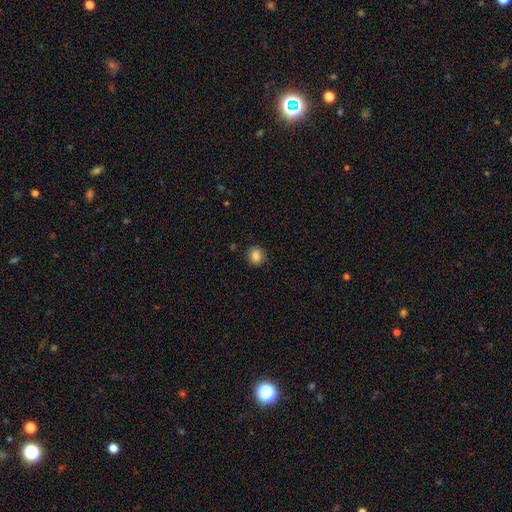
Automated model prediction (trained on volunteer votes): Morphology: type=smooth (84%); roundness=round (78%); merging=none (85%).